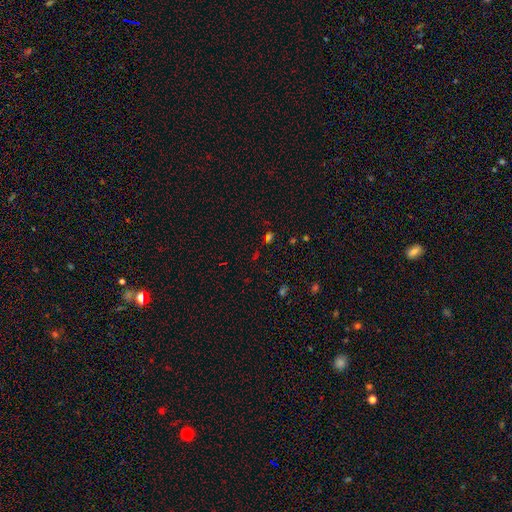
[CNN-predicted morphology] This appears to be a star or artifact, not a galaxy (50%).